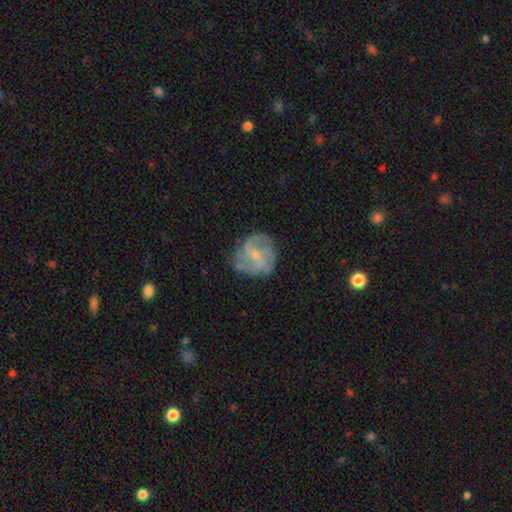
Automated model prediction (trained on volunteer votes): This appears to be a featured or disk galaxy (82%) with no bar (51%), 3 (37%) medium (48%) spiral arms (94%) and a small central bulge (74%). Merging: none (70%).